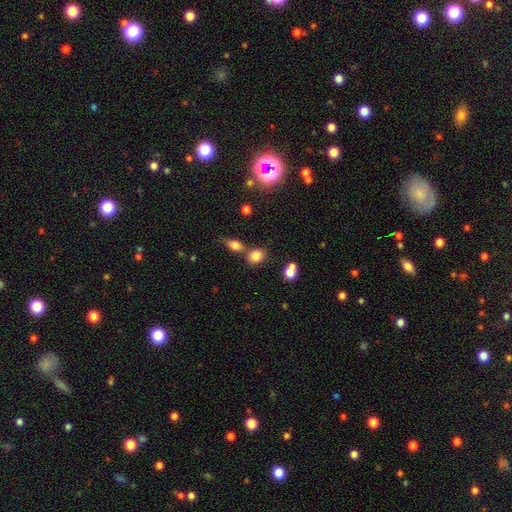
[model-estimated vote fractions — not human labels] smooth-or-featured: smooth: 81% | star or artifact: 12% | featured or disk: 7%
  how-rounded: round: 51% | in between: 47% | cigar-shaped: 2%
  merging: none: 60% | merger: 25% | minor disturbance: 11% | major disturbance: 4%